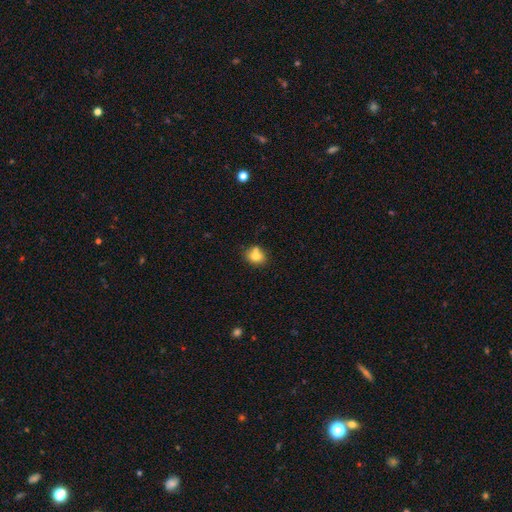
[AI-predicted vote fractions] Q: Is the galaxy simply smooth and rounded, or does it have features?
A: smooth — 76%.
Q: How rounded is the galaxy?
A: round — 70%.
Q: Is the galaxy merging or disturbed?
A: none — 57%.